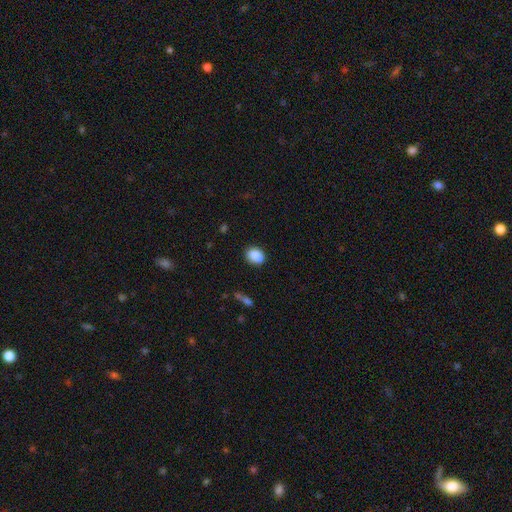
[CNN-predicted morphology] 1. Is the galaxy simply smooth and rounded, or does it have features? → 87% smooth, 8% star or artifact, 5% featured or disk.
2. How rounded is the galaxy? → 69% in between, 29% round, 2% cigar-shaped.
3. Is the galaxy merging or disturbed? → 81% none, 13% minor disturbance, 3% major disturbance, 3% merger.